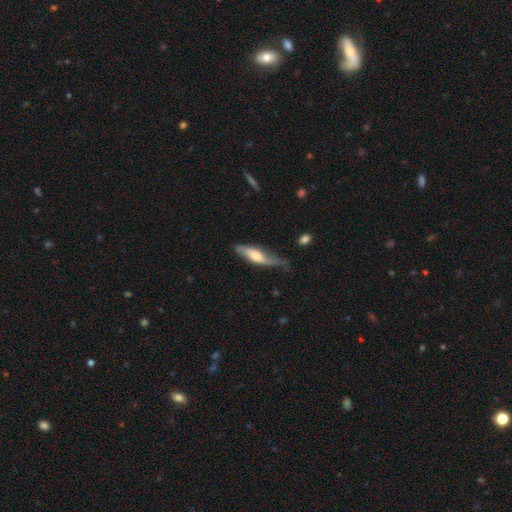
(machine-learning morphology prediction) The model was most divided on "merging": none: 41%, minor disturbance: 39%, major disturbance: 17%, merger: 4%. More confident: how rounded — cigar-shaped (58%); smooth or featured — smooth (51%).